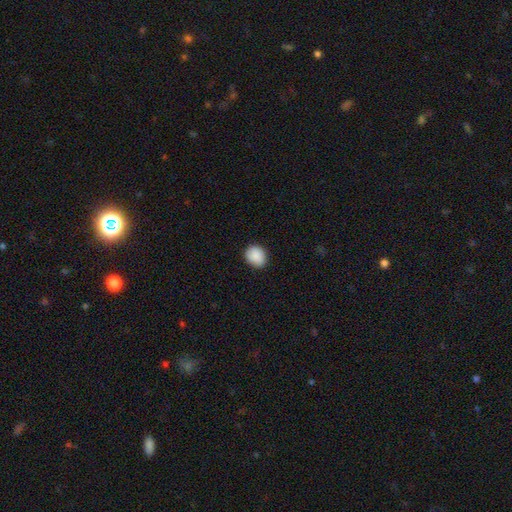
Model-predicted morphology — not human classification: The model was most divided on "how rounded": round: 60%, in between: 39%, cigar-shaped: 1%. More confident: smooth or featured — smooth (90%); merging — none (86%).